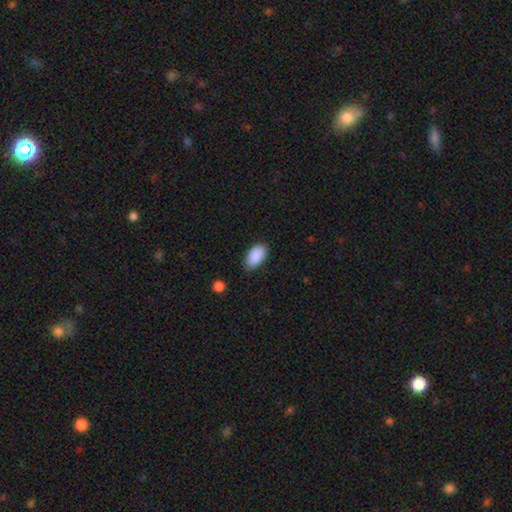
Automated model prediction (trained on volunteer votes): Morphology: type=smooth (91%); roundness=in between (95%); merging=none (82%).